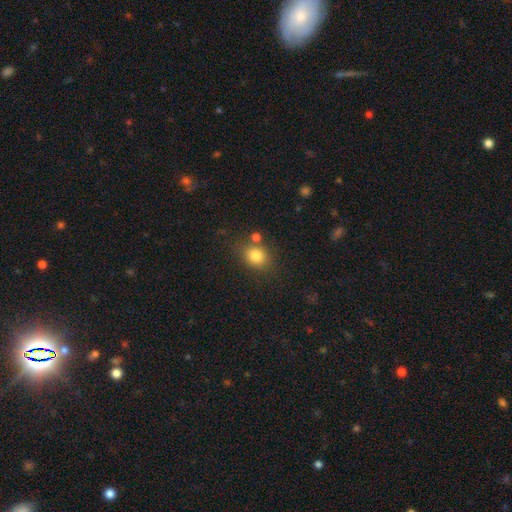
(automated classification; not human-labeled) This appears to be a smooth galaxy with no disk features (81%) that is round (58%). Merging: none (69%).